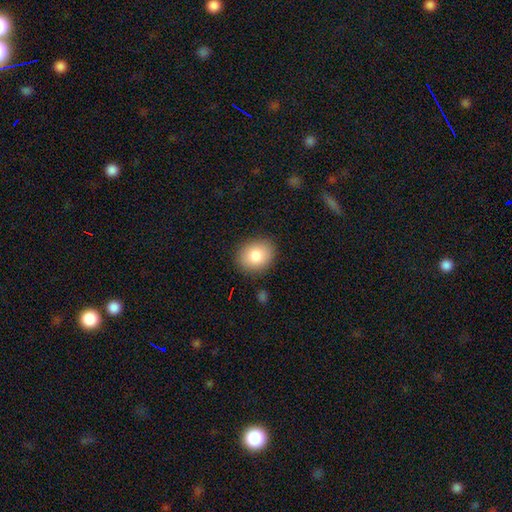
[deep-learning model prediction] The model was most divided on "how rounded": round: 52%, in between: 47%, cigar-shaped: 1%. More confident: merging — none (86%); smooth or featured — smooth (83%).